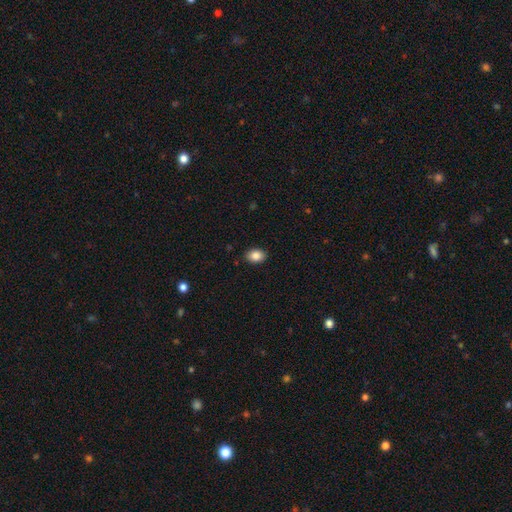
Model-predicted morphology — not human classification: A smooth galaxy with no disk features (86%) that is in between round and cigar-shaped (71%).

Vote fractions:
- Smooth or featured? smooth: 86% / star or artifact: 8% / featured or disk: 5%
- How rounded? in between: 71% / round: 28% / cigar-shaped: 1%
- Merging? none: 89% / minor disturbance: 8% / major disturbance: 2% / merger: 1%